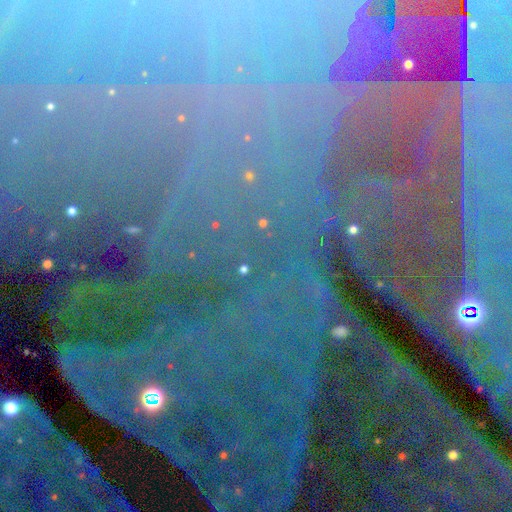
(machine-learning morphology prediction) This is clearly a star or artifact rather than a galaxy (85%).